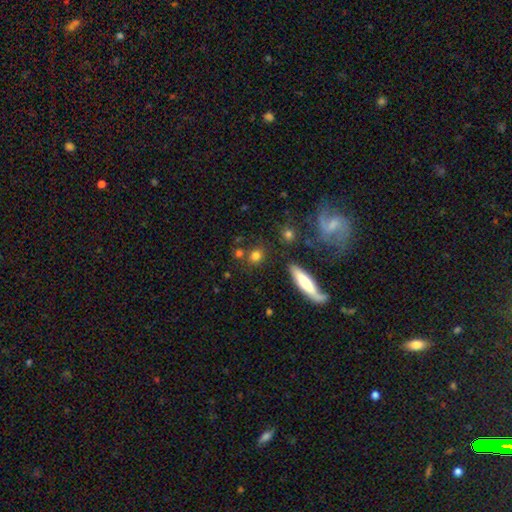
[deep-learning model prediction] A smooth galaxy with no disk features (79%) that is round (71%).

Vote fractions:
- Smooth or featured? smooth: 79% / star or artifact: 12% / featured or disk: 10%
- How rounded? round: 71% / in between: 22% / cigar-shaped: 7%
- Merging? none: 78% / minor disturbance: 10% / merger: 9% / major disturbance: 4%